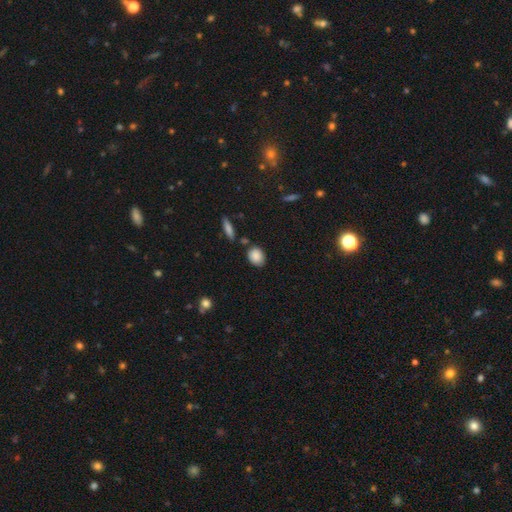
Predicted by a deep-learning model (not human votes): Smooth or featured?
  - smooth: 87% *
  - star or artifact: 7%
  - featured or disk: 5%
How rounded?
  - in between: 61% *
  - round: 37%
  - cigar-shaped: 2%
Merging?
  - none: 78% *
  - minor disturbance: 13%
  - merger: 6%
  - major disturbance: 3%